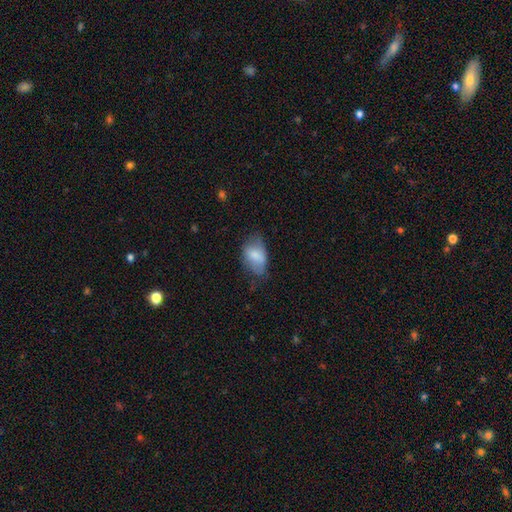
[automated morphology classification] type=smooth (73%); roundness=in between (89%); merging=none (48%).